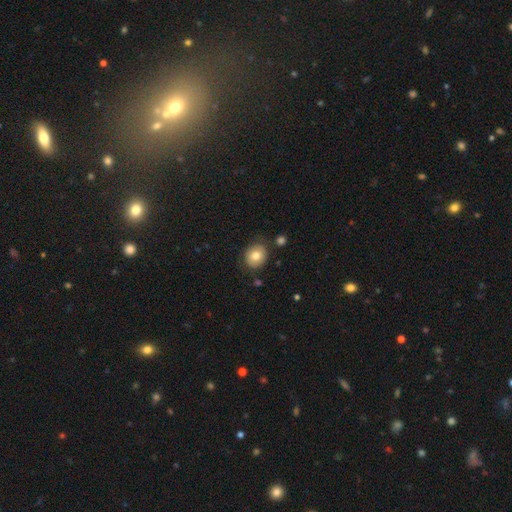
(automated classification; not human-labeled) The model was most divided on "how rounded": round: 66%, in between: 33%, cigar-shaped: 1%. More confident: merging — none (81%); smooth or featured — smooth (79%).